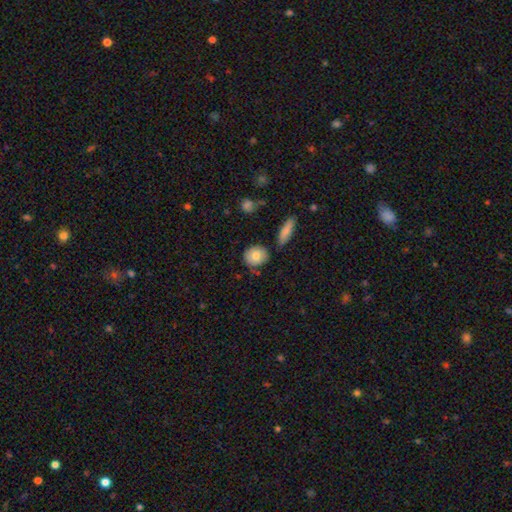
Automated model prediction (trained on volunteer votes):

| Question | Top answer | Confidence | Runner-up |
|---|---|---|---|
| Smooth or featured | smooth | 78% | featured or disk (15%) |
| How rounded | round | 72% | in between (26%) |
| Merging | none | 73% | minor disturbance (18%) |